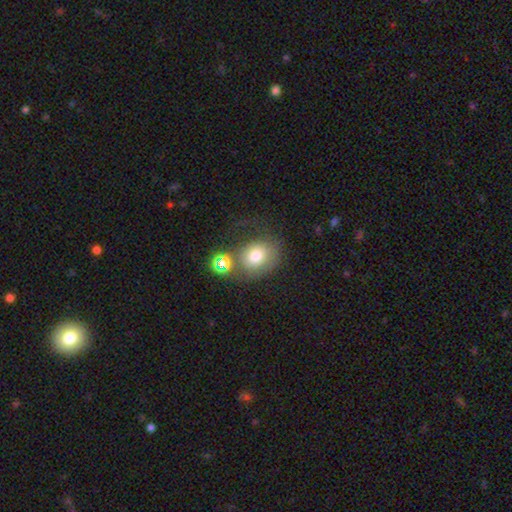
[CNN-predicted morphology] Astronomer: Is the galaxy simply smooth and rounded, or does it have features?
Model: smooth — 71%.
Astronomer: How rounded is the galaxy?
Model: round — 62%.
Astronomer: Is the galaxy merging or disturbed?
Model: none — 45%.